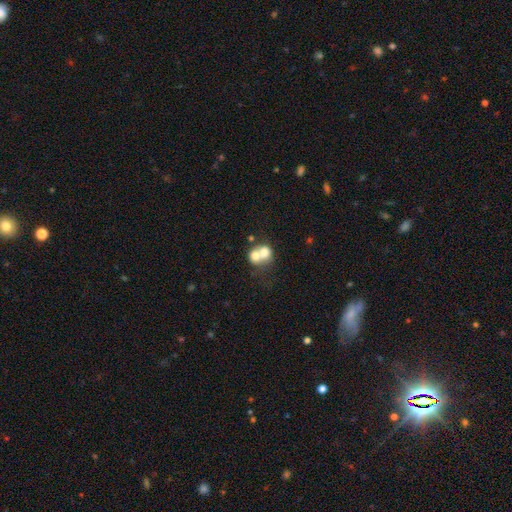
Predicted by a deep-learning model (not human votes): smooth-or-featured: smooth: 65% | featured or disk: 26% | star or artifact: 10%
  how-rounded: round: 71% | in between: 28% | cigar-shaped: 1%
  merging: merger: 71% | none: 21% | minor disturbance: 5% | major disturbance: 3%